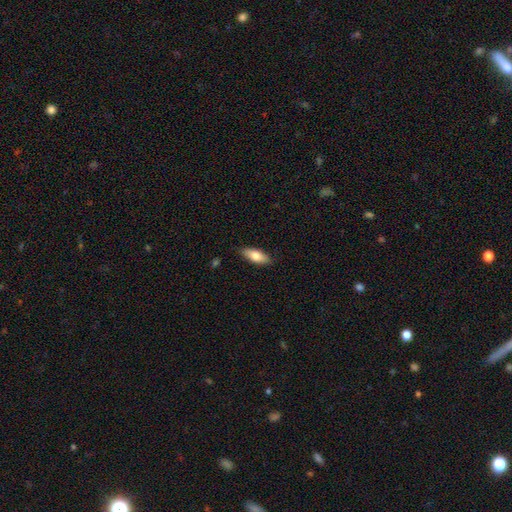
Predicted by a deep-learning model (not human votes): Smooth or featured? smooth (77%)
How rounded? in between (75%)
Merging? none (85%)